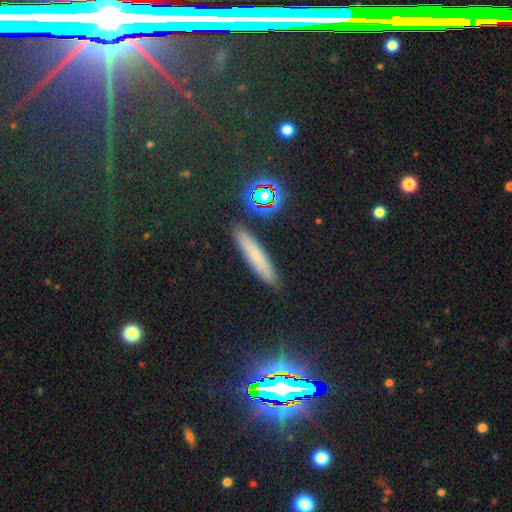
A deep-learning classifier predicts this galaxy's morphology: Smooth or featured?
  - smooth: 60% *
  - star or artifact: 21%
  - featured or disk: 18%
How rounded?
  - cigar-shaped: 89% *
  - in between: 8%
  - round: 3%
Merging?
  - none: 89% *
  - minor disturbance: 7%
  - major disturbance: 2%
  - merger: 2%